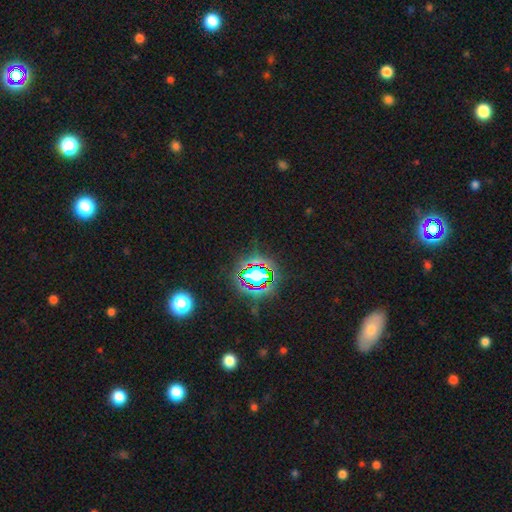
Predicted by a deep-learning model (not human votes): Morphology: type=star or artifact (79%).